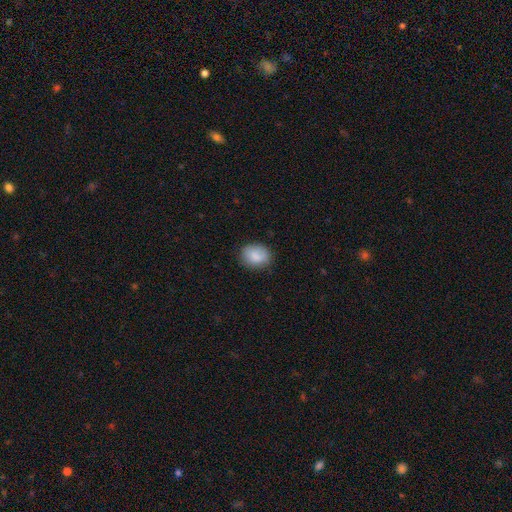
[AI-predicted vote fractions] Smooth or featured: smooth — 85% (featured or disk — 8%)
How rounded: round — 51% (in between — 48%)
Merging: none — 80% (minor disturbance — 15%)